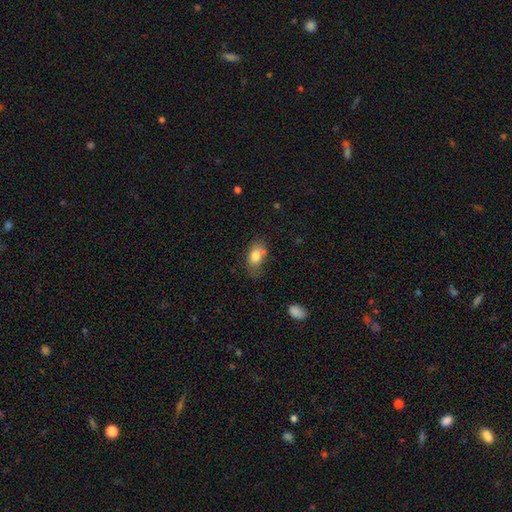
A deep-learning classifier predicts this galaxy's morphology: A smooth galaxy with no disk features (79%) that is in between round and cigar-shaped (84%).

Vote fractions:
- Smooth or featured? smooth: 79% / featured or disk: 13% / star or artifact: 8%
- How rounded? in between: 84% / round: 13% / cigar-shaped: 3%
- Merging? none: 58% / minor disturbance: 28% / major disturbance: 9% / merger: 6%